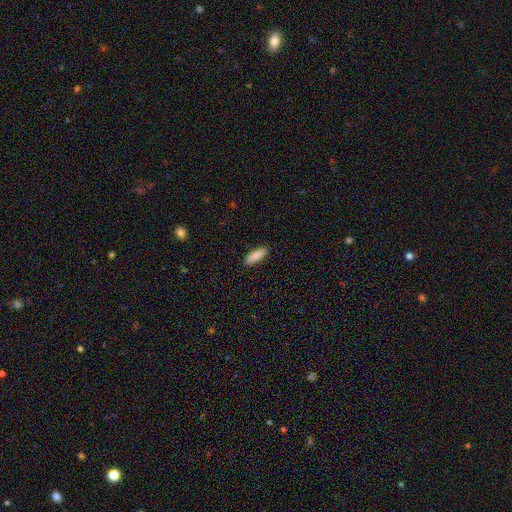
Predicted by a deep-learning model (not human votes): This is clearly a smooth galaxy (83%). How rounded: possibly in between (52%). Merging: clearly none (88%).